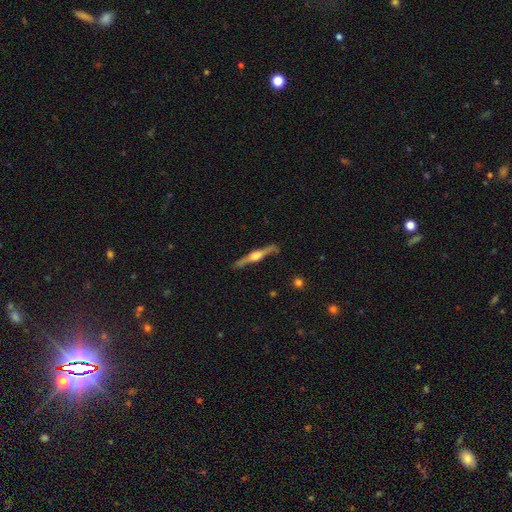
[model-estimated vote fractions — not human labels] Smooth or featured?
  - featured or disk: 81% *
  - smooth: 14%
  - star or artifact: 5%
Edge-on disk?
  - yes: 98% *
  - no: 2%
Edge-on bulge?
  - rounded: 91% *
  - boxy: 6%
  - none: 2%
Merging?
  - none: 86% *
  - minor disturbance: 10%
  - major disturbance: 2%
  - merger: 2%